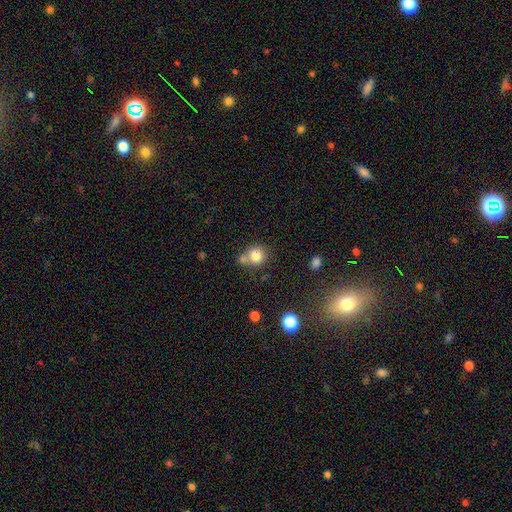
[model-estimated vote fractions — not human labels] smooth_or_featured: smooth (p=0.81) [alt: star or artifact p=0.10]
how_rounded: round (p=0.85) [alt: in between p=0.14]
merging: none (p=0.50) [alt: merger p=0.35]